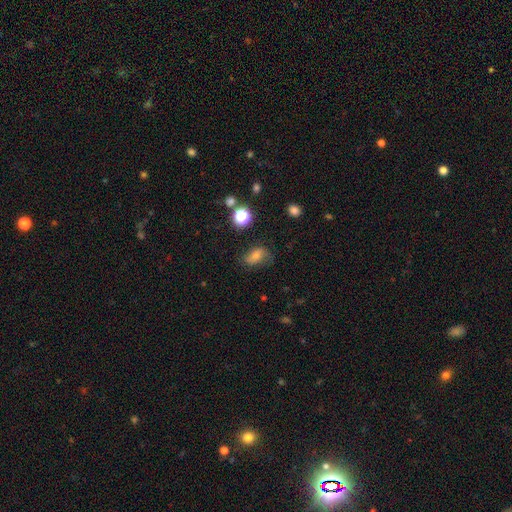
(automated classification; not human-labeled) Overall: smooth (62%). How rounded: in between (79%). Merging: none (57%; minor disturbance 26%).